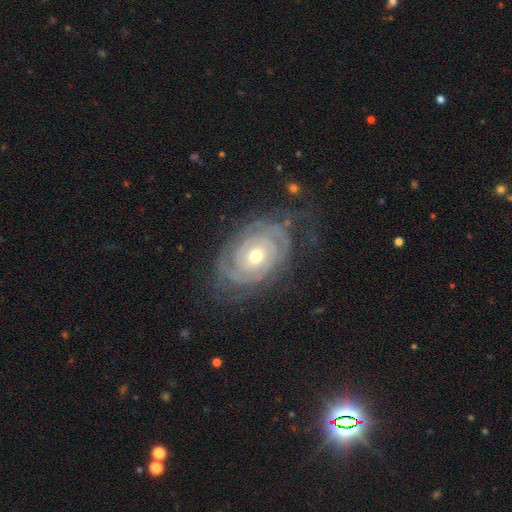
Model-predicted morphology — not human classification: This appears to be a featured or disk galaxy (89%) with no bar (74%), 2 (39%) tight (84%) spiral arms (96%) and a moderate central bulge (61%). Merging: none (73%).